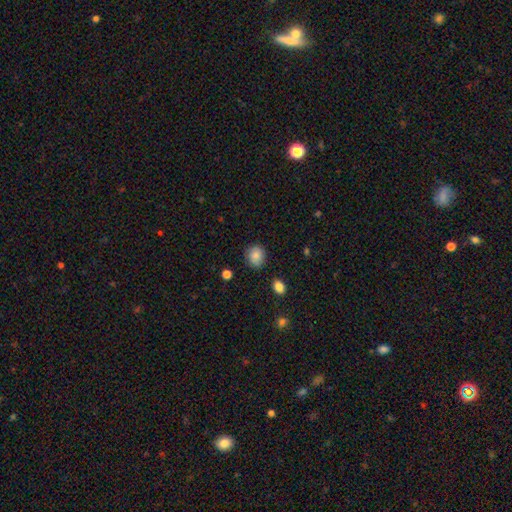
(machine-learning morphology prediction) Smooth or featured: smooth — 83% (star or artifact — 9%)
How rounded: round — 76% (in between — 23%)
Merging: none — 83% (minor disturbance — 12%)